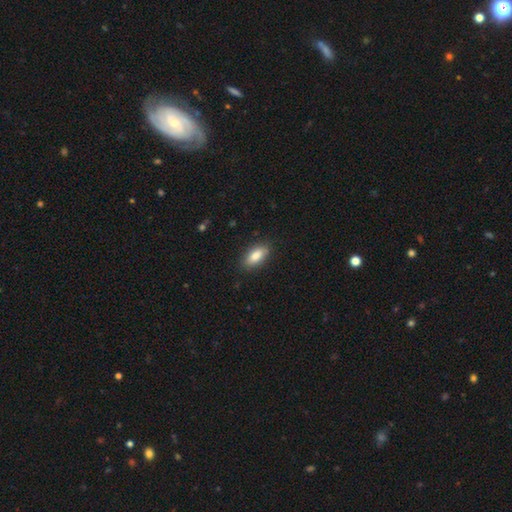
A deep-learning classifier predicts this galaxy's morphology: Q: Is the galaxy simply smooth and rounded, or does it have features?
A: smooth — 83%.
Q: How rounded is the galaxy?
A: in between — 86%.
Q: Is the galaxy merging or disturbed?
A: none — 85%.